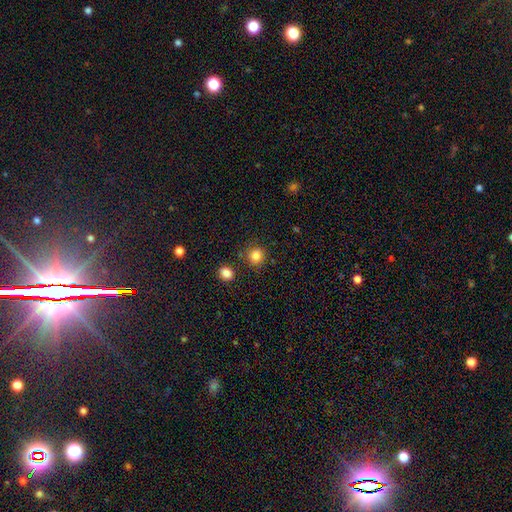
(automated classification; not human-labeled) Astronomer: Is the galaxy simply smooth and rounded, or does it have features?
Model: smooth — 84%.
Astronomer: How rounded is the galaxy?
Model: round — 91%.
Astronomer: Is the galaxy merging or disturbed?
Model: none — 83%.